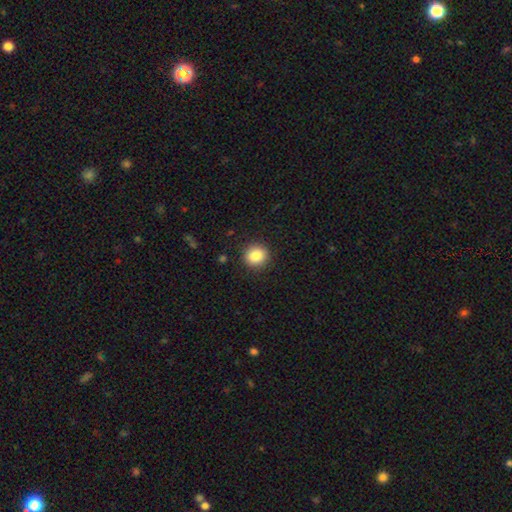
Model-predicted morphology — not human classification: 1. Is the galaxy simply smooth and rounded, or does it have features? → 86% smooth, 9% star or artifact, 5% featured or disk.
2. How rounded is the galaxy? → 87% round, 12% in between, 1% cigar-shaped.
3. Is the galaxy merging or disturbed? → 90% none, 7% minor disturbance, 2% major disturbance, 1% merger.